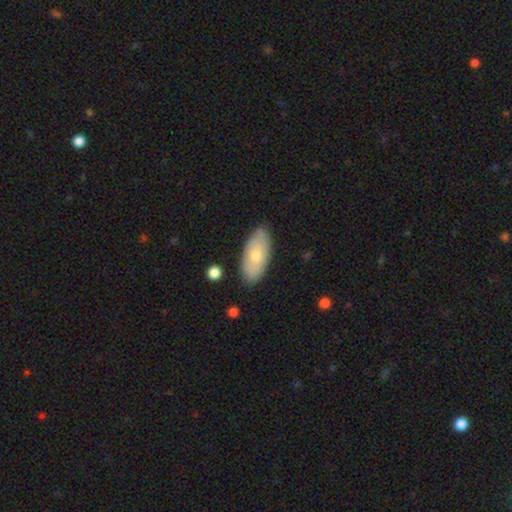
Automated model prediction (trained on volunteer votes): The model was most divided on "smooth or featured": smooth: 65%, featured or disk: 29%, star or artifact: 6%. More confident: how rounded — in between (89%); merging — none (84%).